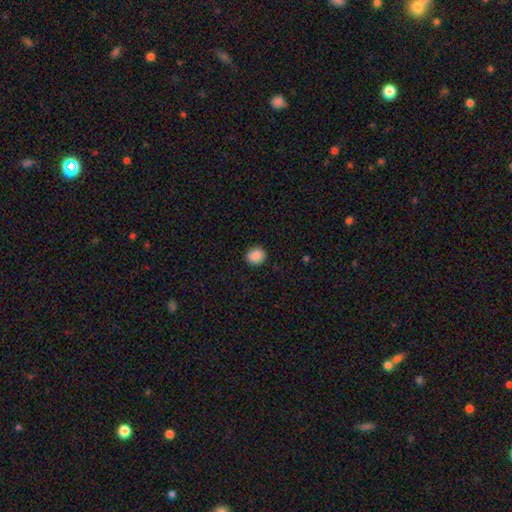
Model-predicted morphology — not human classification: Smooth or featured? smooth (89%)
How rounded? round (71%)
Merging? none (91%)